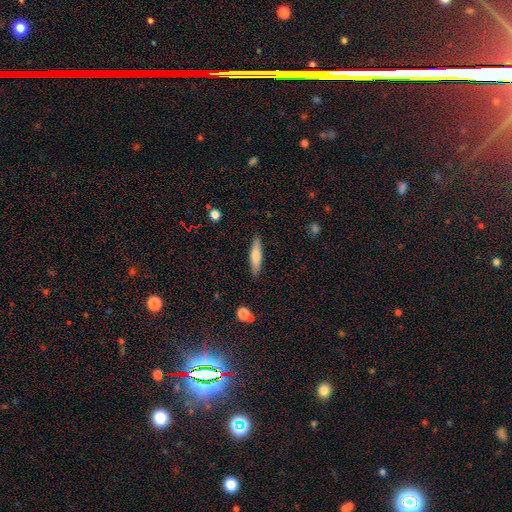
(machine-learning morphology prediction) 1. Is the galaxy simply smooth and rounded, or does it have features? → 71% smooth, 23% featured or disk, 6% star or artifact.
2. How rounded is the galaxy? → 76% cigar-shaped, 22% in between, 2% round.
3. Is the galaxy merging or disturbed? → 88% none, 9% minor disturbance, 2% major disturbance, 1% merger.